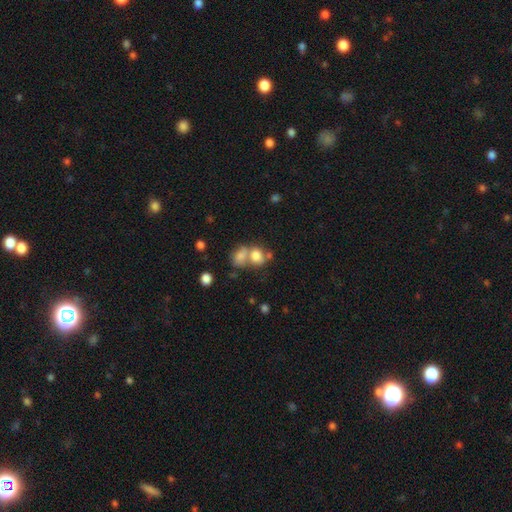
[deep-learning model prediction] smooth-or-featured: smooth: 77% | featured or disk: 12% | star or artifact: 11%
  how-rounded: in between: 51% | round: 48% | cigar-shaped: 1%
  merging: merger: 58% | none: 29% | minor disturbance: 8% | major disturbance: 5%